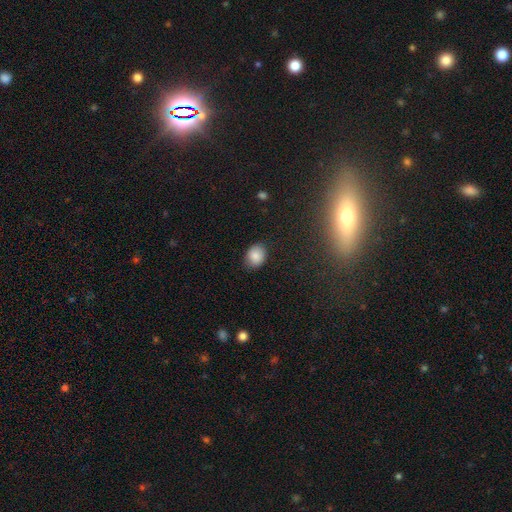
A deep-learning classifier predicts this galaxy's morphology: type=smooth (86%); roundness=in between (55%); merging=none (83%).